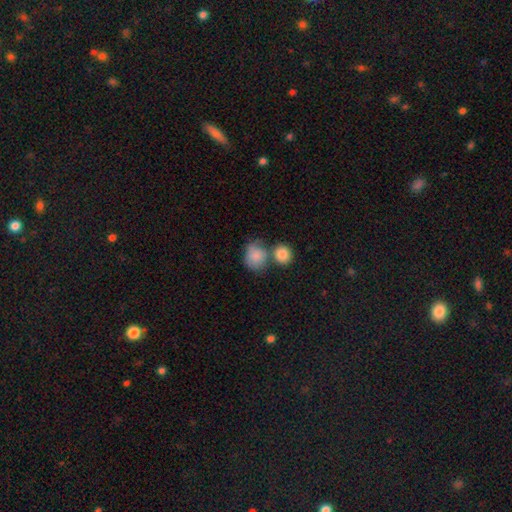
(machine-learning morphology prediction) Smooth or featured: smooth — 85% (featured or disk — 8%)
How rounded: round — 65% (in between — 34%)
Merging: none — 40% (merger — 38%)